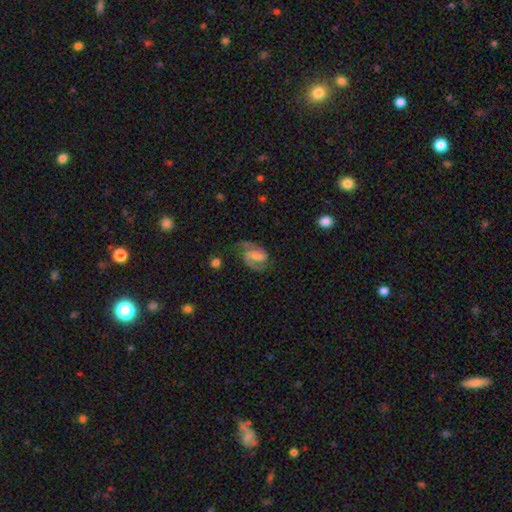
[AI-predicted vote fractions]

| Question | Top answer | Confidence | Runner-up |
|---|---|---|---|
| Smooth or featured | featured or disk | 85% | smooth (10%) |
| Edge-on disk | no | 98% | yes (2%) |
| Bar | weak | 46% | strong (32%) |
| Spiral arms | yes | 96% | no (4%) |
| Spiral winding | medium | 57% | tight (24%) |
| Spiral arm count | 2 | 91% | can't tell (3%) |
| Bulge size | small | 43% | moderate (35%) |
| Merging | none | 69% | minor disturbance (18%) |